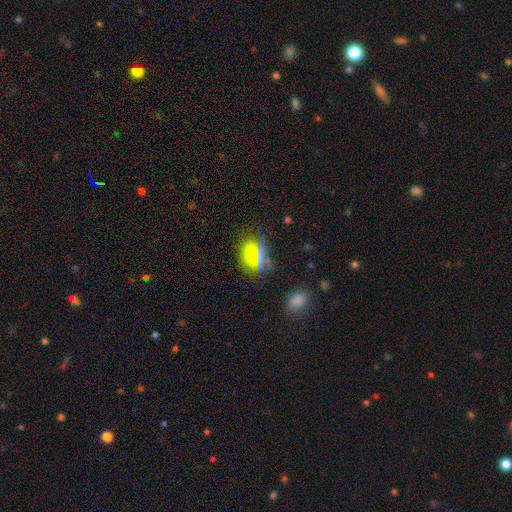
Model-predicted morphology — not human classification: A smooth galaxy with no disk features (69%) that is in between round and cigar-shaped (64%).

Vote fractions:
- Smooth or featured? smooth: 69% / star or artifact: 22% / featured or disk: 9%
- How rounded? in between: 64% / round: 31% / cigar-shaped: 5%
- Merging? none: 77% / minor disturbance: 14% / major disturbance: 5% / merger: 3%